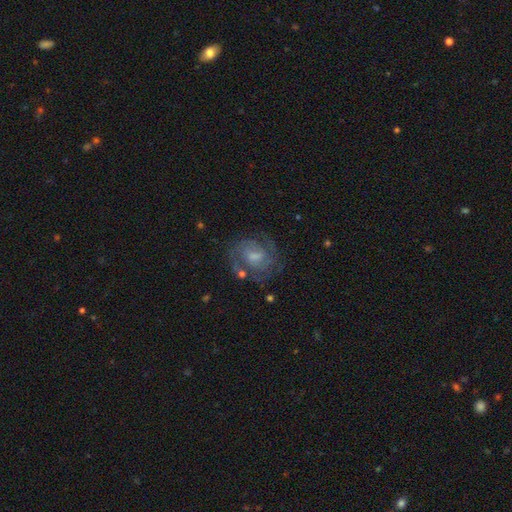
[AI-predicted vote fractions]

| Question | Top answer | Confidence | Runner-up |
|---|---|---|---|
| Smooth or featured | featured or disk | 75% | smooth (17%) |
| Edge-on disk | no | 97% | yes (3%) |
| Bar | weak | 52% | no (37%) |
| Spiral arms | yes | 90% | no (10%) |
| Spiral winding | tight | 47% | medium (42%) |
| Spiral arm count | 2 | 47% | can't tell (26%) |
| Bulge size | moderate | 40% | small (38%) |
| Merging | none | 70% | minor disturbance (17%) |